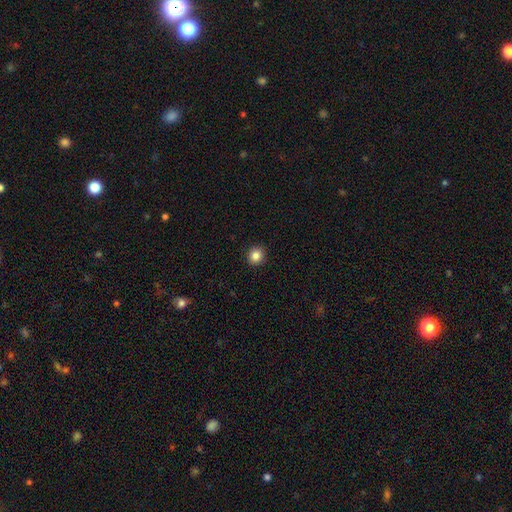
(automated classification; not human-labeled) smooth_or_featured: smooth (p=0.85) [alt: star or artifact p=0.10]
how_rounded: round (p=0.88) [alt: in between p=0.11]
merging: none (p=0.92) [alt: minor disturbance p=0.05]